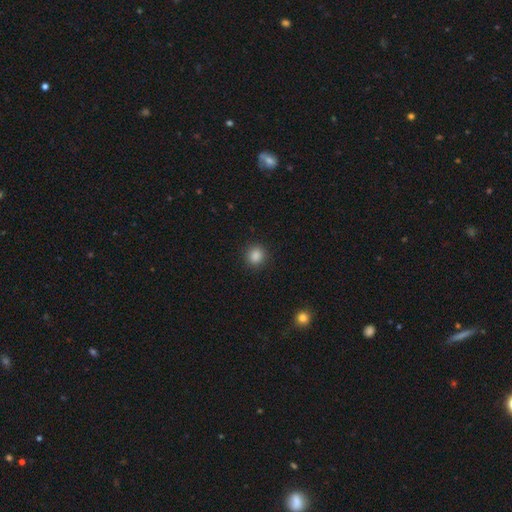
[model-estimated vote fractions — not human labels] This appears to be a smooth galaxy with no disk features (86%) that is round (85%). Merging: none (90%).